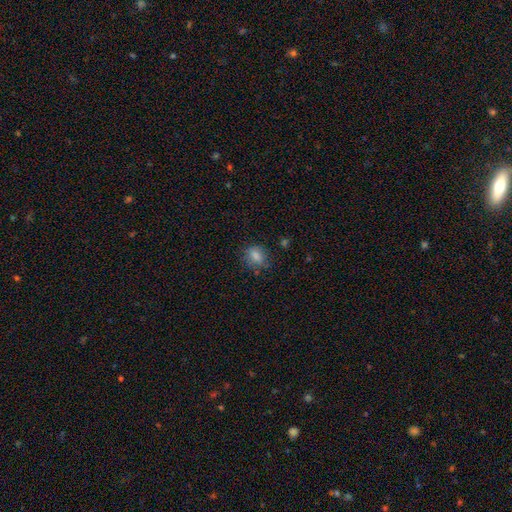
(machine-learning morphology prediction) The model was most divided on "how rounded": round: 51%, in between: 48%, cigar-shaped: 1%. More confident: smooth or featured — smooth (81%); merging — none (73%).